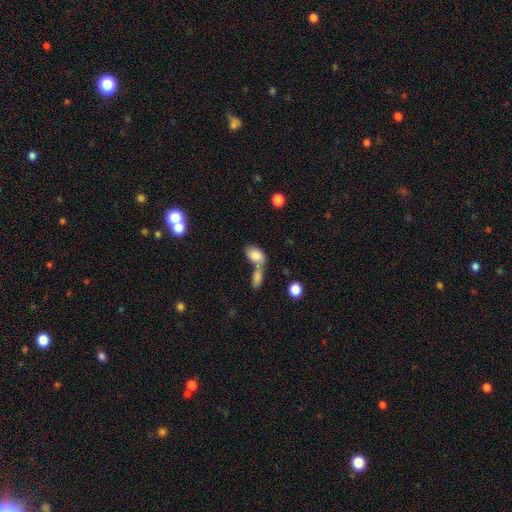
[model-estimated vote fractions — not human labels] Overall: smooth (83%). How rounded: in between (88%). Merging: merger (58%; none 28%).